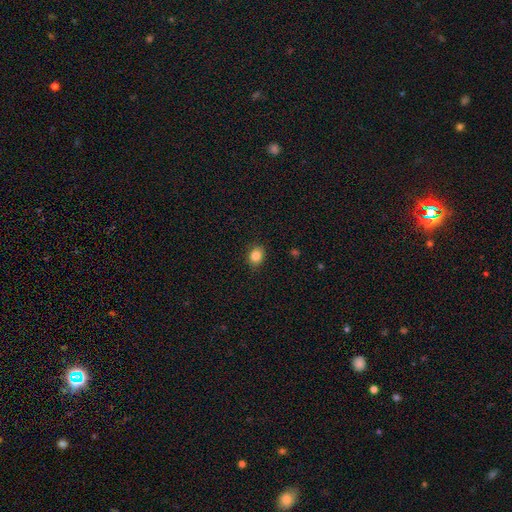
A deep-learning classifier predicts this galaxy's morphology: Smooth or featured? Predicted: smooth (p=0.85). How rounded? Predicted: round (p=0.53). Merging? Predicted: none (p=0.88).